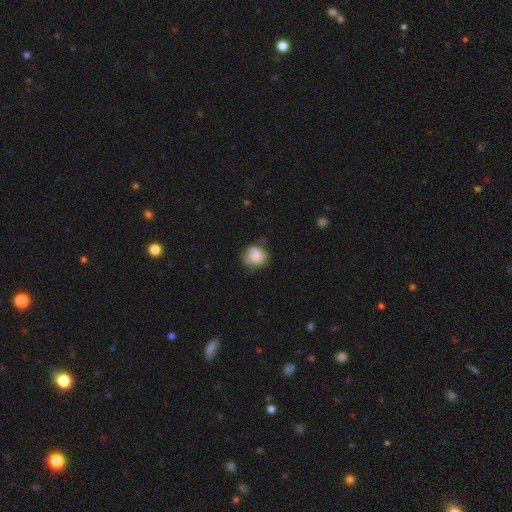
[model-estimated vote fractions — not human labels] smooth-or-featured: smooth: 79% | featured or disk: 13% | star or artifact: 9%
  how-rounded: round: 75% | in between: 24% | cigar-shaped: 1%
  merging: none: 56% | minor disturbance: 30% | major disturbance: 10% | merger: 3%